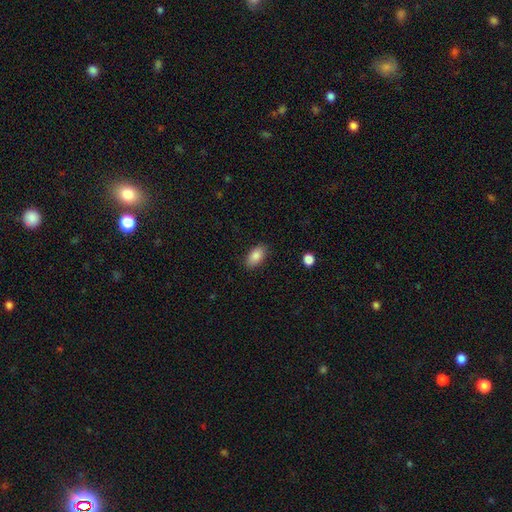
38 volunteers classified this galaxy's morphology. Smooth or featured? 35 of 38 (92%) said smooth. How rounded? 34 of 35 (97%) said in between. Merging? 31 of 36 (86%) said none.